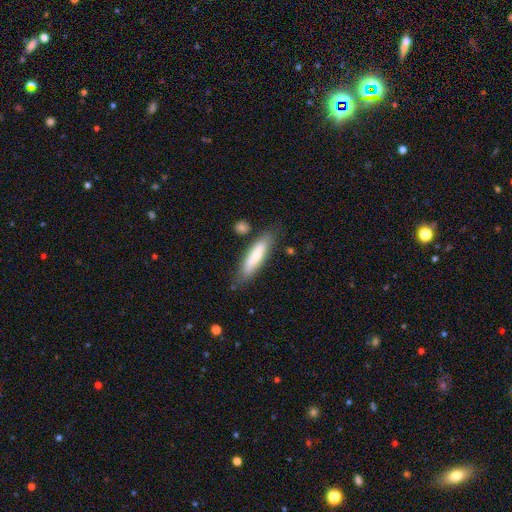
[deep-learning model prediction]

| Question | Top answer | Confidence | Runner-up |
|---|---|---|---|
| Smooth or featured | smooth | 71% | featured or disk (23%) |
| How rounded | cigar-shaped | 73% | in between (26%) |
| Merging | none | 77% | minor disturbance (15%) |